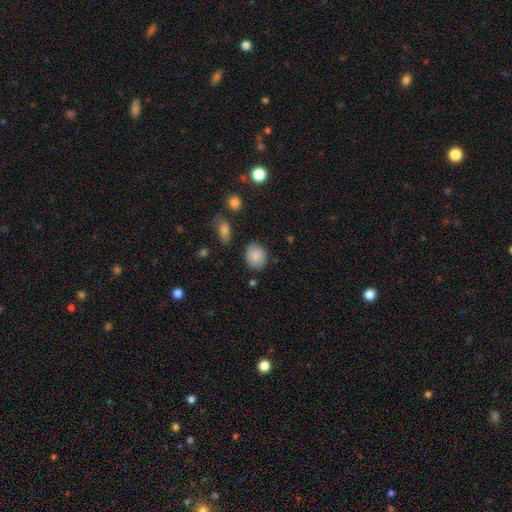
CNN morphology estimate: A smooth galaxy with no disk features (84%) that is round (55%).

Vote fractions:
- Smooth or featured? smooth: 84% / featured or disk: 8% / star or artifact: 8%
- How rounded? round: 55% / in between: 44% / cigar-shaped: 1%
- Merging? none: 82% / minor disturbance: 13% / major disturbance: 3% / merger: 3%